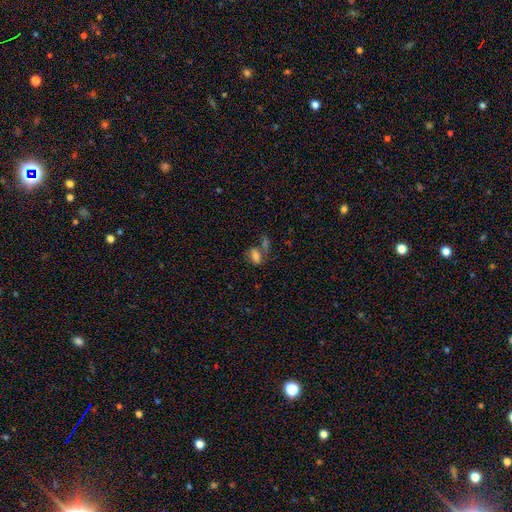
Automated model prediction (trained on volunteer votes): Overall: smooth (72%). How rounded: in between (84%). Merging: none (40%; merger 35%).